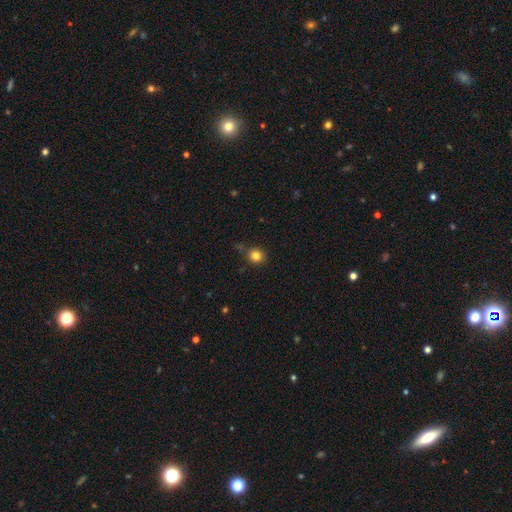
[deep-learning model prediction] Morphology: type=smooth (83%); roundness=round (87%); merging=none (79%).